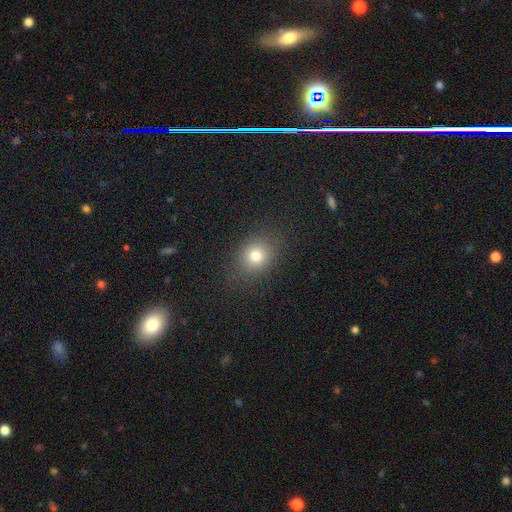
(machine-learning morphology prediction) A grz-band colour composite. It shows a smooth galaxy with no disk features (77%) that is round (62%). Merging: none (85%).